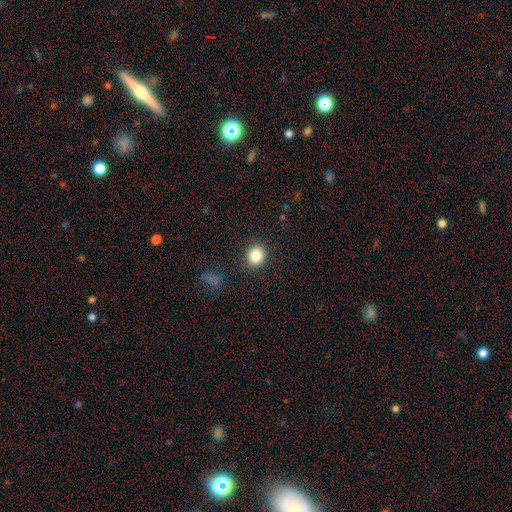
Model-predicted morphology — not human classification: smooth_or_featured: smooth (p=0.83) [alt: star or artifact p=0.11]
how_rounded: round (p=0.81) [alt: in between p=0.18]
merging: none (p=0.89) [alt: minor disturbance p=0.07]